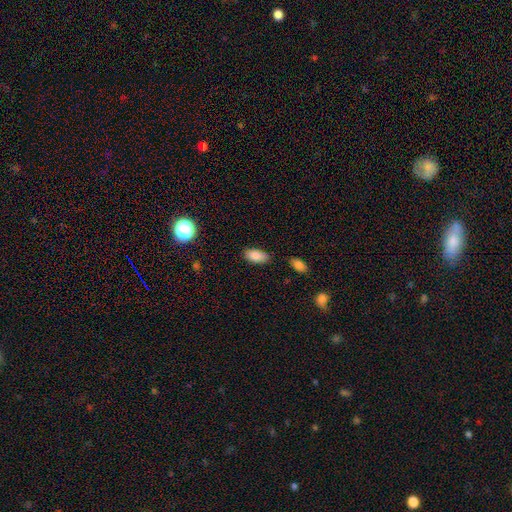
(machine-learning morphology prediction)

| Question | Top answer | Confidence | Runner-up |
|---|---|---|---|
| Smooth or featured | smooth | 87% | star or artifact (8%) |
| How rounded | in between | 92% | cigar-shaped (5%) |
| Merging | none | 79% | minor disturbance (15%) |